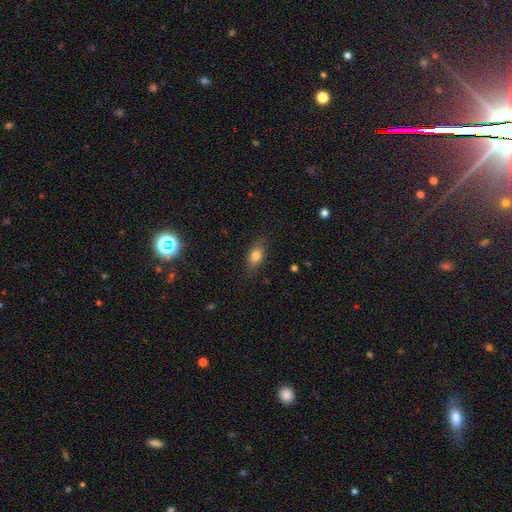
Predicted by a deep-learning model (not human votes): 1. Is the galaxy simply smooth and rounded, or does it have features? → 75% smooth, 15% featured or disk, 10% star or artifact.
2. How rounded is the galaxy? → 79% in between, 13% round, 8% cigar-shaped.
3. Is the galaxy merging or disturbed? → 81% none, 14% minor disturbance, 3% major disturbance, 1% merger.